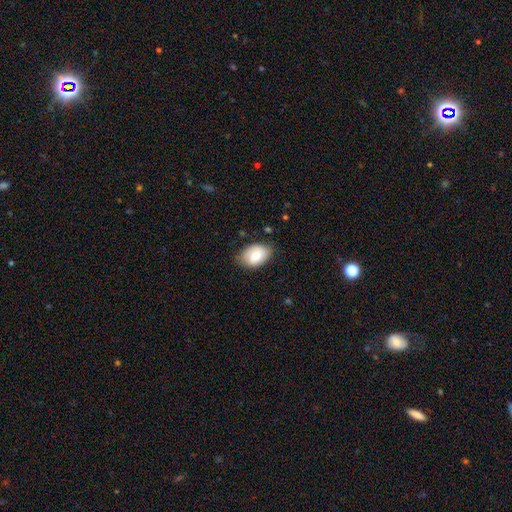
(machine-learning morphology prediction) A smooth galaxy with no disk features (79%) that is in between round and cigar-shaped (87%). Merging: none (74%).